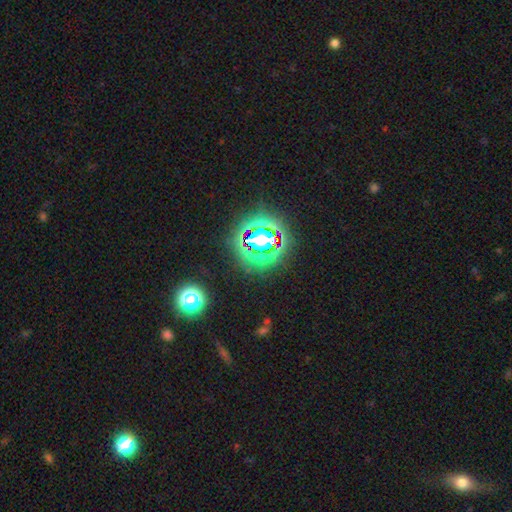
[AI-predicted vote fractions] star or artifact 79%, smooth 14%, featured or disk 7%.